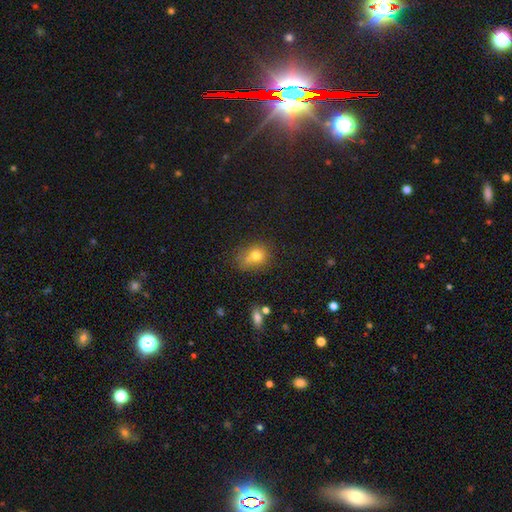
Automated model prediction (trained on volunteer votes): Q: Smooth or featured?
A: smooth (75%); runner-up: star or artifact (13%)
Q: How rounded?
A: round (59%); runner-up: in between (40%)
Q: Merging?
A: none (49%); runner-up: minor disturbance (22%)